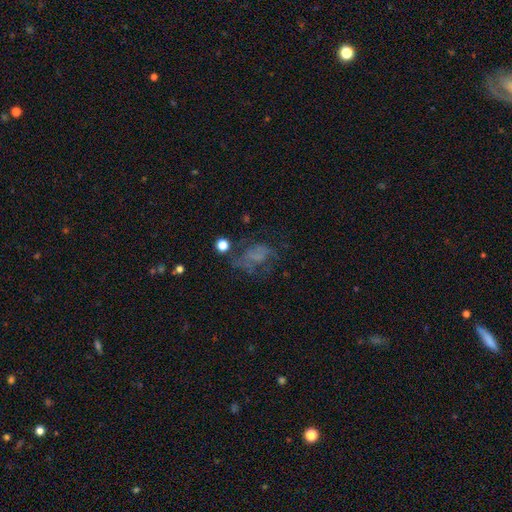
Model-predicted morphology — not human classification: A featured or disk galaxy (40%).

Vote fractions:
- Smooth or featured? featured or disk: 40% / smooth: 35% / star or artifact: 25%
- Merging? none: 39% / major disturbance: 36% / minor disturbance: 19% / merger: 5%